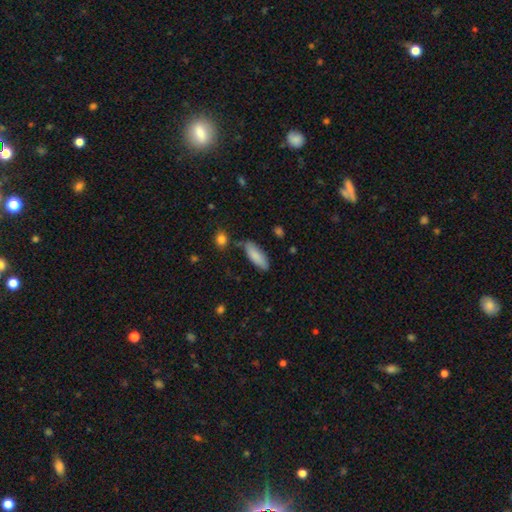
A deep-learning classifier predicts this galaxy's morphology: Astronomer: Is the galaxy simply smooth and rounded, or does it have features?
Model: smooth — 85%.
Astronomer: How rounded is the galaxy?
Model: in between — 63%.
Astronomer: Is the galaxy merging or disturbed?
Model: none — 77%.